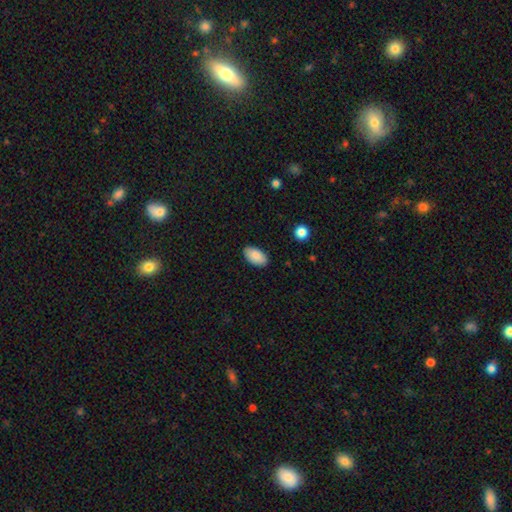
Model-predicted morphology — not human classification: A smooth galaxy with no disk features (88%) that is in between round and cigar-shaped (95%). Merging: none (87%).